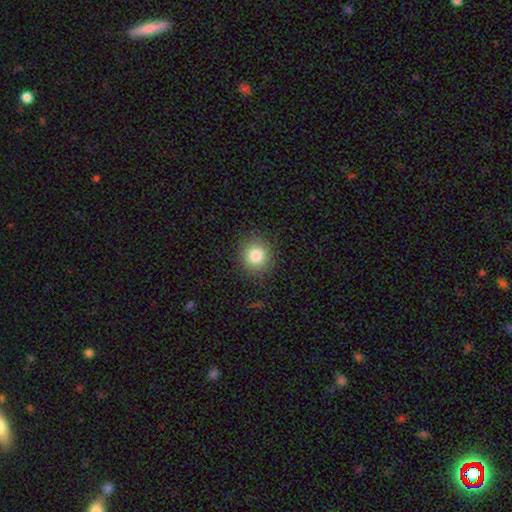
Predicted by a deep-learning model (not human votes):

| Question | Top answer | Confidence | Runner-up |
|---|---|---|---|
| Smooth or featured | smooth | 83% | star or artifact (10%) |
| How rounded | round | 85% | in between (14%) |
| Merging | none | 88% | minor disturbance (9%) |